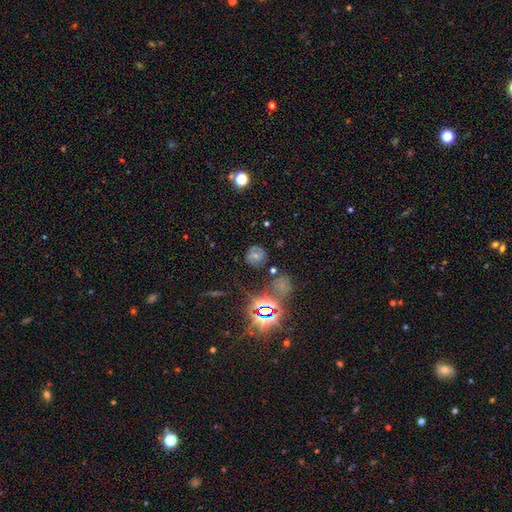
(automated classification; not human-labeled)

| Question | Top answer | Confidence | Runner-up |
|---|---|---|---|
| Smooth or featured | smooth | 41% | featured or disk (33%) |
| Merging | none | 75% | minor disturbance (16%) |